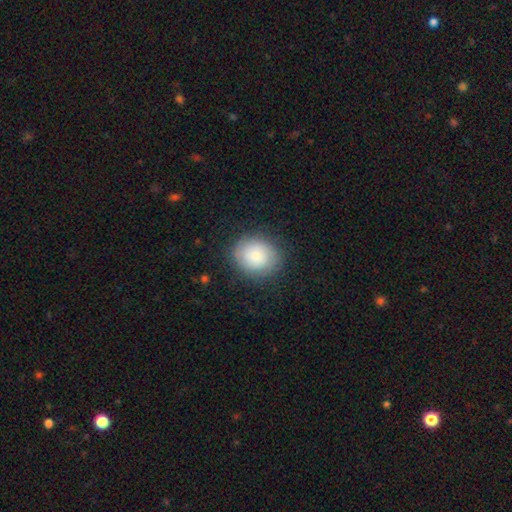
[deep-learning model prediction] This appears to be a smooth galaxy with no disk features (74%) that is round (76%). Merging: none (82%).